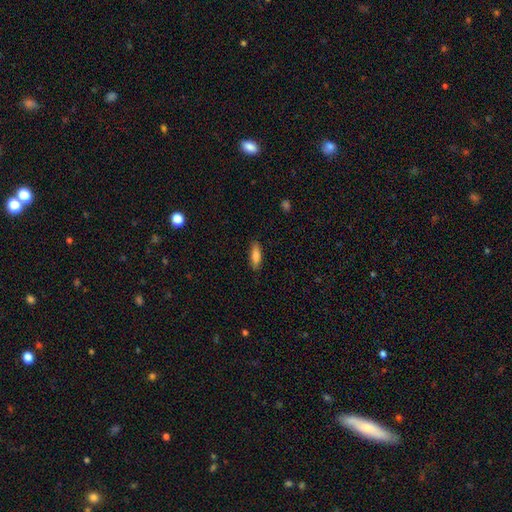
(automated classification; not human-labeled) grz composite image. It shows a smooth galaxy with no disk features (81%) that is in between round and cigar-shaped (53%). Merging: none (86%).